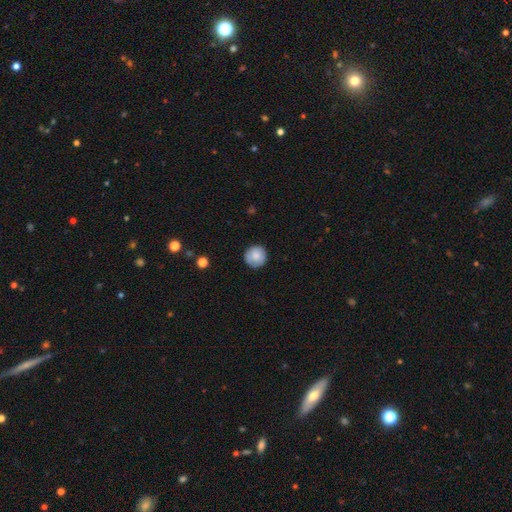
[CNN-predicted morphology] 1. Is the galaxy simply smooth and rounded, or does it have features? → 82% smooth, 11% featured or disk, 7% star or artifact.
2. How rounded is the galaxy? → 95% round, 4% in between, 1% cigar-shaped.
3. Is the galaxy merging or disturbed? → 87% none, 10% minor disturbance, 2% major disturbance, 1% merger.